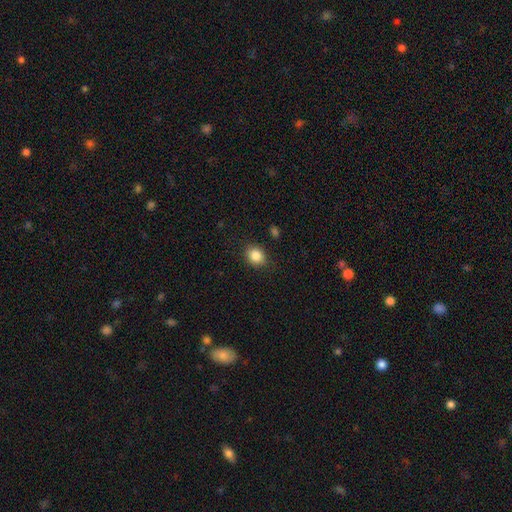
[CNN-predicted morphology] Smooth or featured? Predicted: smooth (p=0.85). How rounded? Predicted: round (p=0.62). Merging? Predicted: none (p=0.86).